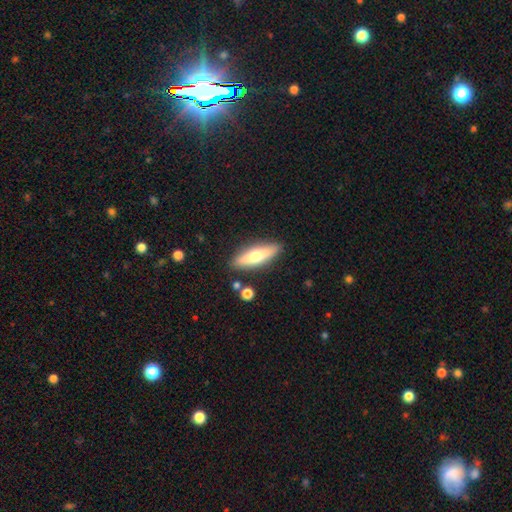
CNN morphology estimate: Overall: smooth (53%; featured or disk 41%). How rounded: cigar-shaped (61%; in between 37%). Merging: none (86%).